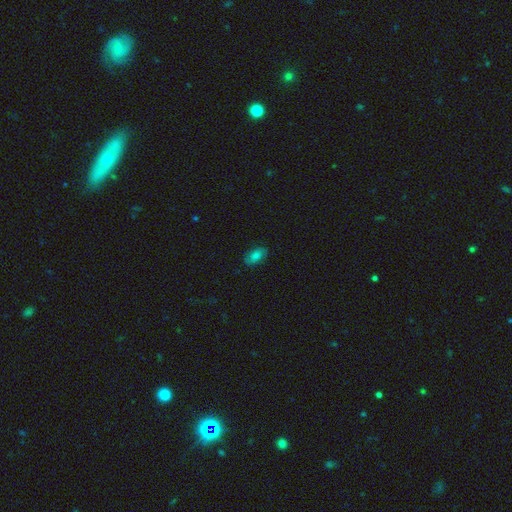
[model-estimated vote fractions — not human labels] This appears to be a smooth galaxy with no disk features (71%) that is in between round and cigar-shaped (90%). Merging: none (83%).